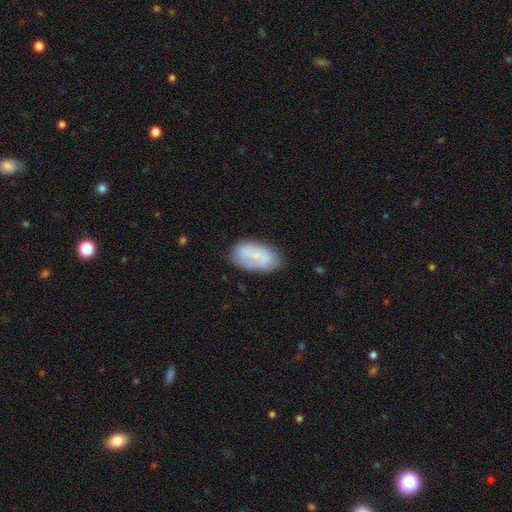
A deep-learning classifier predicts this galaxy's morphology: smooth_or_featured: smooth (p=0.55) [alt: featured or disk p=0.37]
how_rounded: in between (p=0.93) [alt: round p=0.05]
merging: none (p=0.70) [alt: minor disturbance p=0.21]